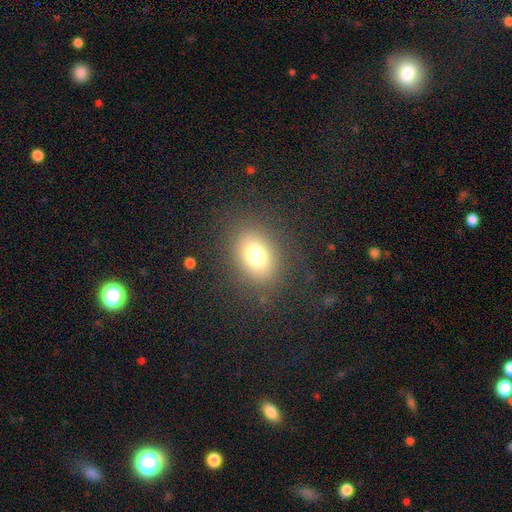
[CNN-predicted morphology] This appears to be a smooth galaxy with no disk features (72%) that is in between round and cigar-shaped (51%). Merging: none (82%).